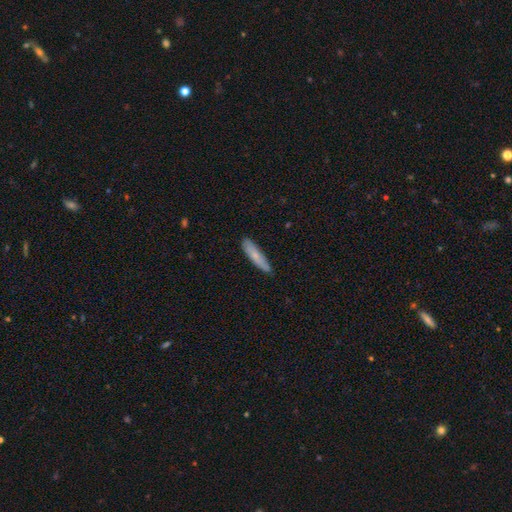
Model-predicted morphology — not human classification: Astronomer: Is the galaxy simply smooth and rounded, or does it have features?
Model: smooth — 71%.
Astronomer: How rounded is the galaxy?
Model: cigar-shaped — 80%.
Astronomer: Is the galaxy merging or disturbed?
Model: none — 82%.